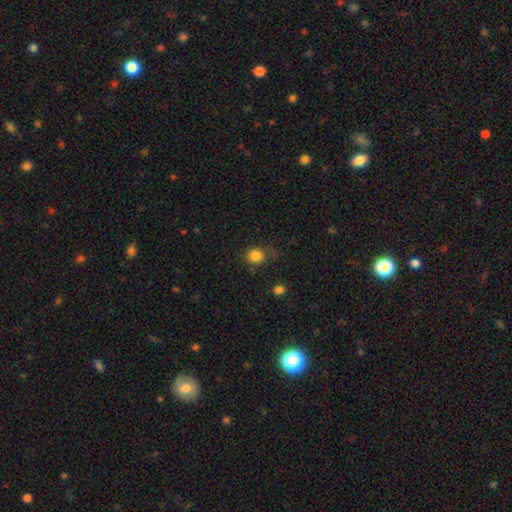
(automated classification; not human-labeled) Q: Smooth or featured?
A: smooth (84%); runner-up: star or artifact (10%)
Q: How rounded?
A: round (78%); runner-up: in between (21%)
Q: Merging?
A: none (63%); runner-up: minor disturbance (23%)